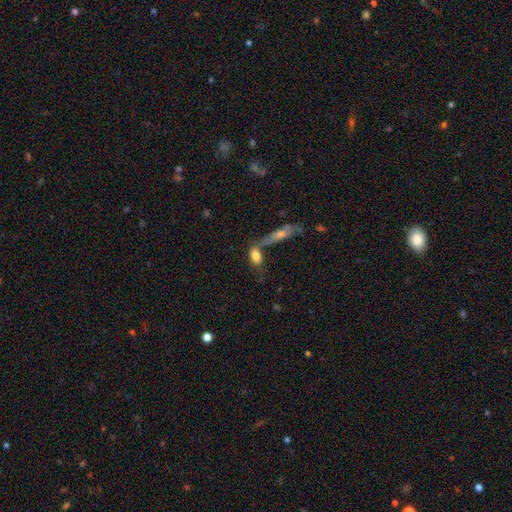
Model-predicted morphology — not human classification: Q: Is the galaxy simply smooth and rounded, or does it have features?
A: smooth — 76%.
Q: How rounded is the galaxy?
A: in between — 76%.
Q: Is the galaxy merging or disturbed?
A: none — 41%.